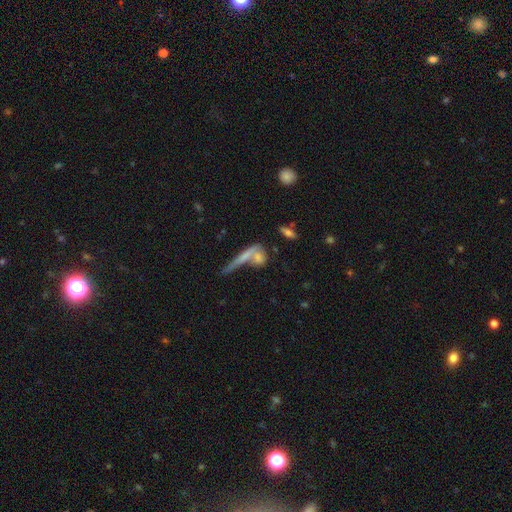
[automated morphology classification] type=smooth (61%); roundness=cigar-shaped (52%); merging=none (41%).